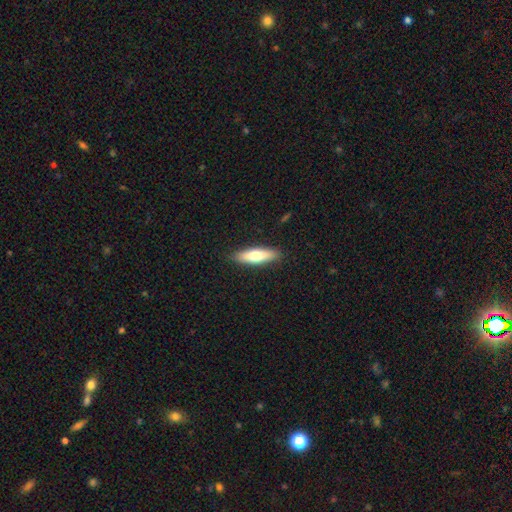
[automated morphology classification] Q: Smooth or featured?
A: smooth (65%); runner-up: featured or disk (29%)
Q: How rounded?
A: cigar-shaped (60%); runner-up: in between (38%)
Q: Merging?
A: none (89%); runner-up: minor disturbance (8%)